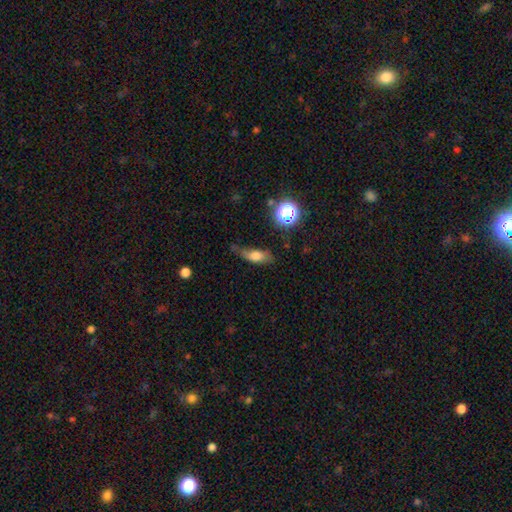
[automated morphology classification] type=smooth (67%); roundness=in between (68%); merging=none (45%).